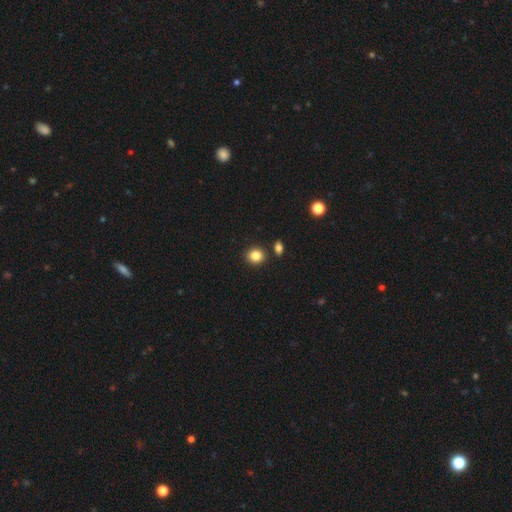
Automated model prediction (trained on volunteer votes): This appears to be a smooth galaxy with no disk features (85%) that is round (78%). Merging: none (85%).